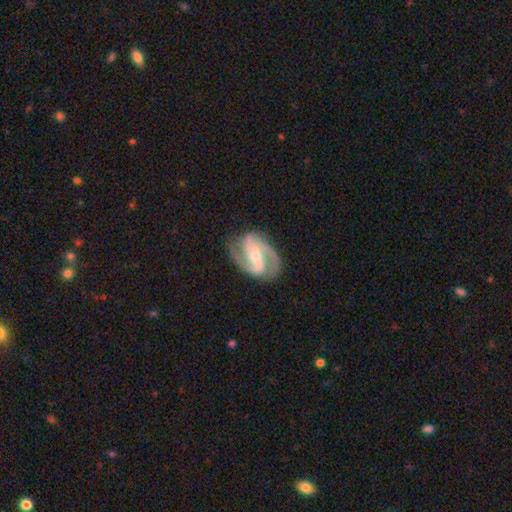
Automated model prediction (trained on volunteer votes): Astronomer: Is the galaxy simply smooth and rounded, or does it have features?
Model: featured or disk — 90%.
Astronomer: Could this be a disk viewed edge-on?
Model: no — 97%.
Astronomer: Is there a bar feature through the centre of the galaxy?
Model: weak — 39% (runner-up: strong, 35%).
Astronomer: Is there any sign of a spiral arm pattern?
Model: yes — 98%.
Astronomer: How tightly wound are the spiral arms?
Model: medium — 56%.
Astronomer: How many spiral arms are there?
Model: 2 — 63%.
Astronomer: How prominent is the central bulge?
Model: small — 54% (runner-up: moderate, 42%).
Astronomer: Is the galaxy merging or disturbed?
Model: none — 77%.